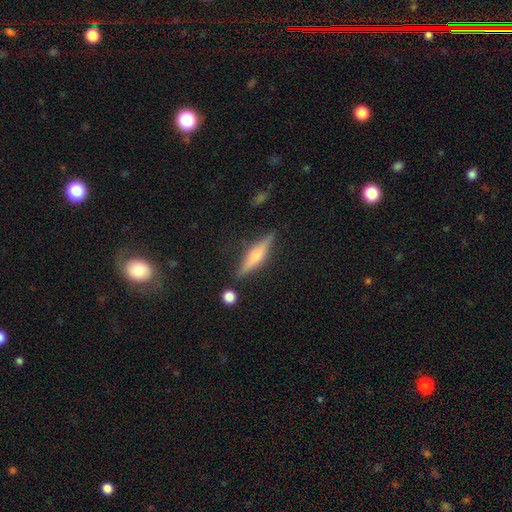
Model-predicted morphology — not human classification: The model was most divided on "smooth or featured": featured or disk: 56%, smooth: 36%, star or artifact: 7%. More confident: edge-on disk — yes (95%); merging — none (82%); edge-on bulge — rounded (73%).